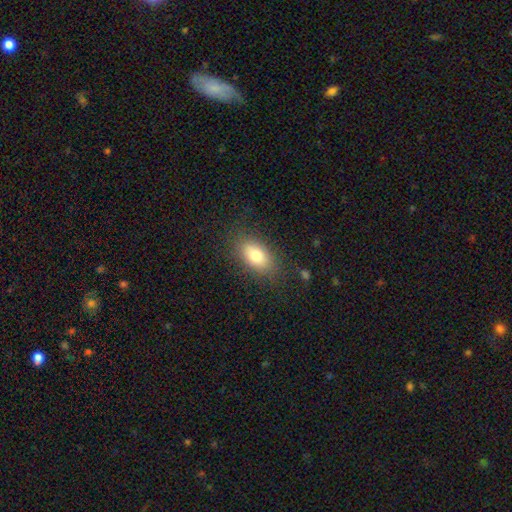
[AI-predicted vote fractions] smooth 78%, featured or disk 14%, star or artifact 9%. Down the decision tree: how rounded — in between (88%); merging — none (82%).